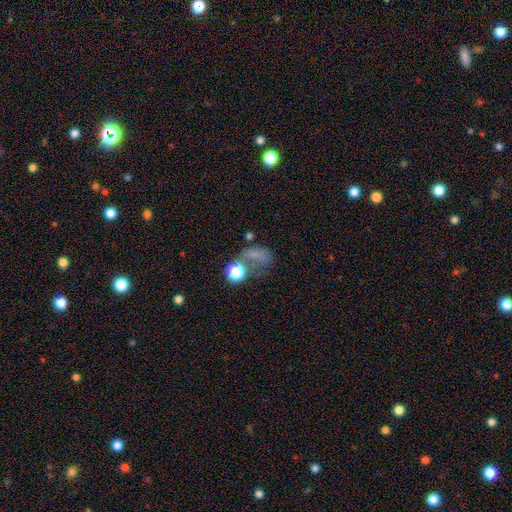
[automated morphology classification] The model was most divided on "merging": major disturbance: 36%, none: 28%, merger: 19%, minor disturbance: 16%. More confident: how rounded — in between (55%); smooth or featured — smooth (52%).